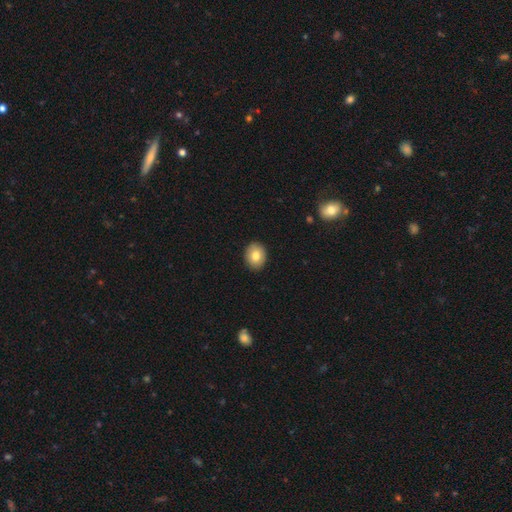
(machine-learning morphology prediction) Overall: smooth (80%). How rounded: in between (51%; round 48%). Merging: none (91%).